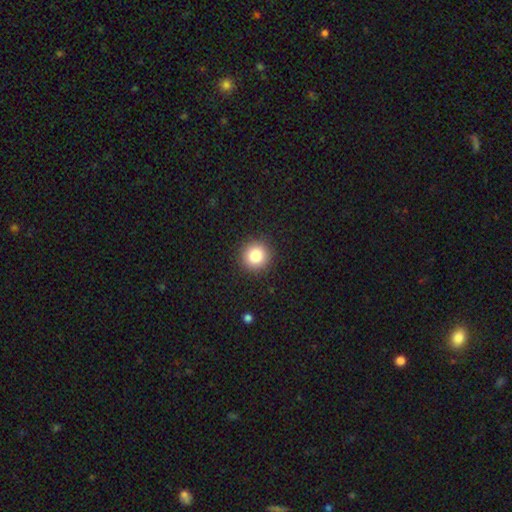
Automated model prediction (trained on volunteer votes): Morphology: type=smooth (84%); roundness=round (93%); merging=none (91%).